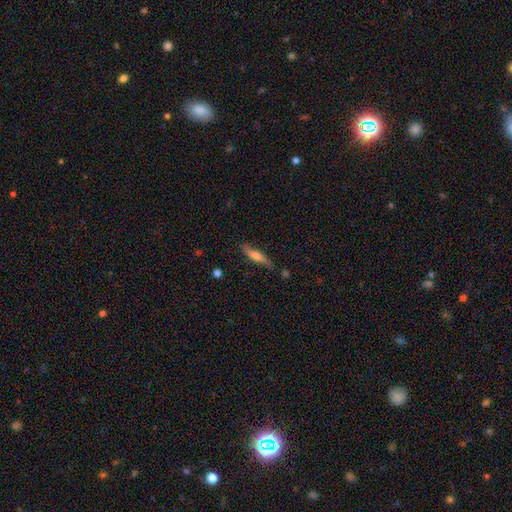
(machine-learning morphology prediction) This appears to be a smooth galaxy with no disk features (54%) that is cigar-shaped (84%). Merging: none (82%).